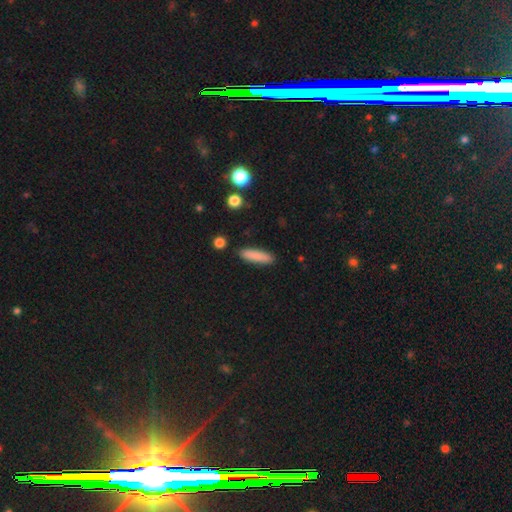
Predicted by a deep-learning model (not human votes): smooth 86%, featured or disk 8%, star or artifact 7%. Down the decision tree: how rounded — cigar-shaped (76%); merging — none (88%).